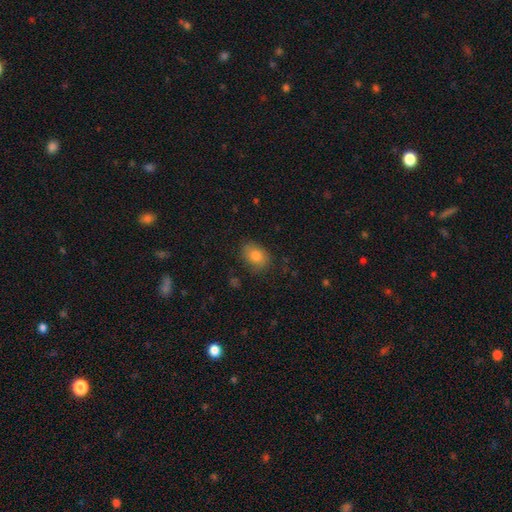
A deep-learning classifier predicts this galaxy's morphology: This appears to be a smooth galaxy with no disk features (80%) that is in between round and cigar-shaped (66%). Merging: none (81%).